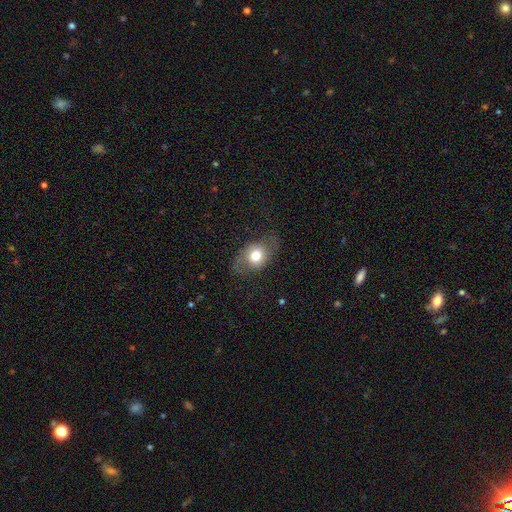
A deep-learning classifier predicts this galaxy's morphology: type=smooth (61%); roundness=in between (61%); merging=none (63%).